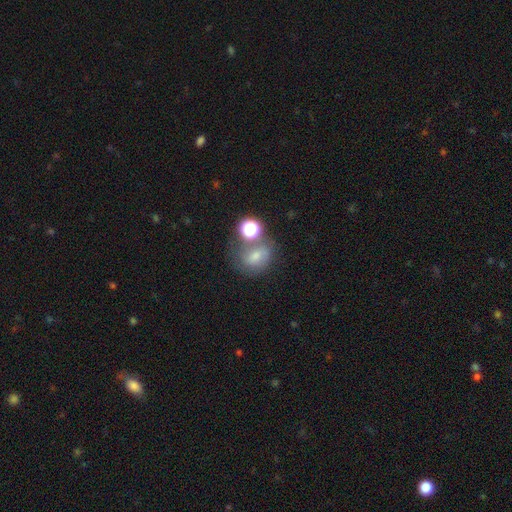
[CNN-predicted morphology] Overall: smooth (45%; featured or disk 31%). Merging: none (51%; merger 23%).